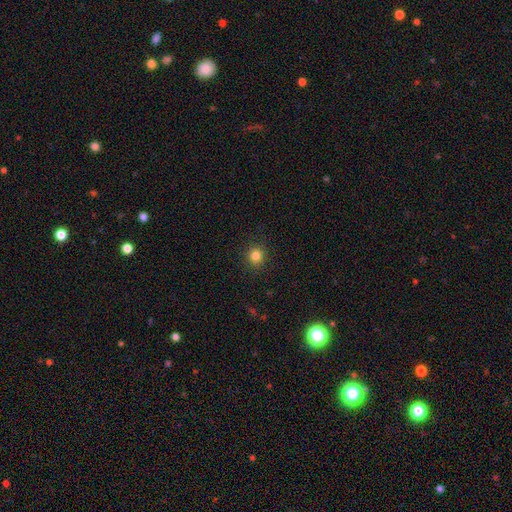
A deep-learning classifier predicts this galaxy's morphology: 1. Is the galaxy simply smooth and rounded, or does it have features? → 83% smooth, 13% star or artifact, 5% featured or disk.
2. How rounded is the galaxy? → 92% round, 7% in between, 1% cigar-shaped.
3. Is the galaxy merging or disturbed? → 91% none, 6% minor disturbance, 2% major disturbance, 1% merger.